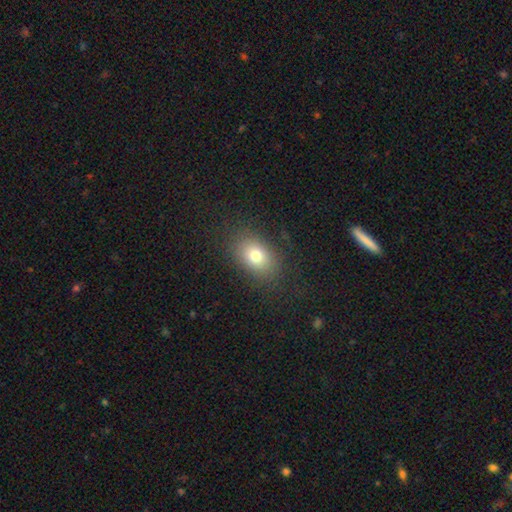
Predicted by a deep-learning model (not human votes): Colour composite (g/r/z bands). It shows a smooth galaxy with no disk features (76%) that is in between round and cigar-shaped (75%). Merging: none (82%).